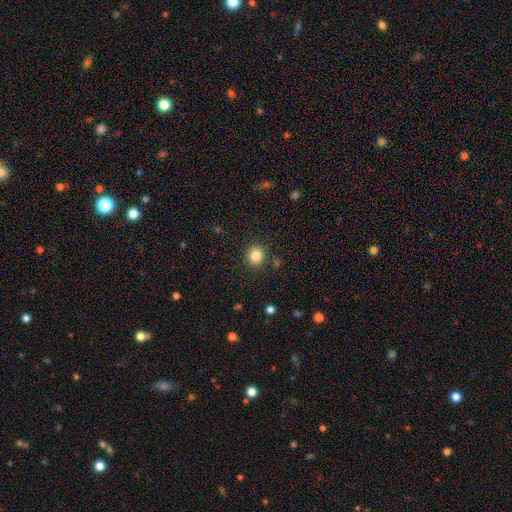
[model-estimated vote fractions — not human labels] Smooth or featured? Predicted: smooth (p=0.84). How rounded? Predicted: round (p=0.83). Merging? Predicted: none (p=0.88).